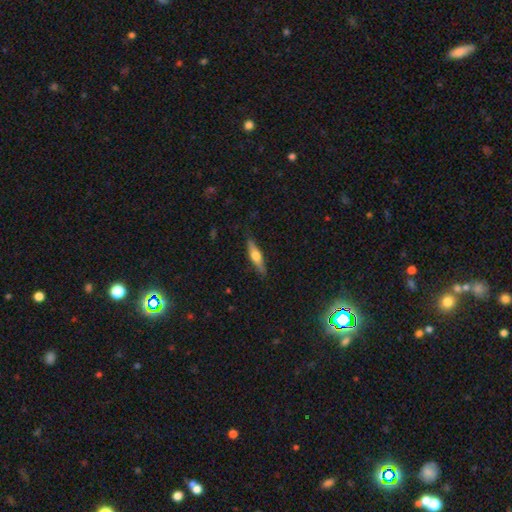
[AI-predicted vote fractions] Smooth or featured? smooth (48%)
Merging? none (85%)